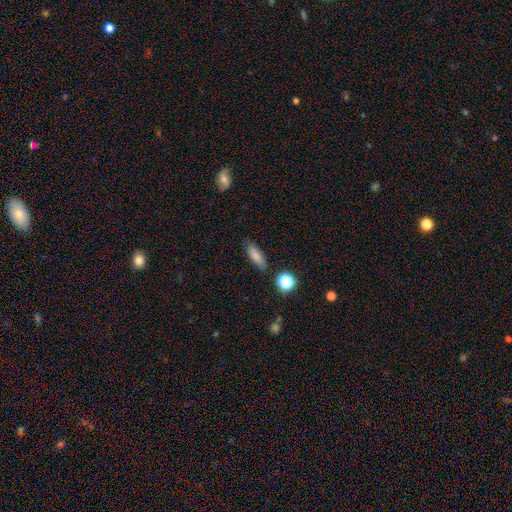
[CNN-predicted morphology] Smooth or featured: smooth — 80% (star or artifact — 11%)
How rounded: in between — 58% (cigar-shaped — 37%)
Merging: none — 81% (minor disturbance — 14%)